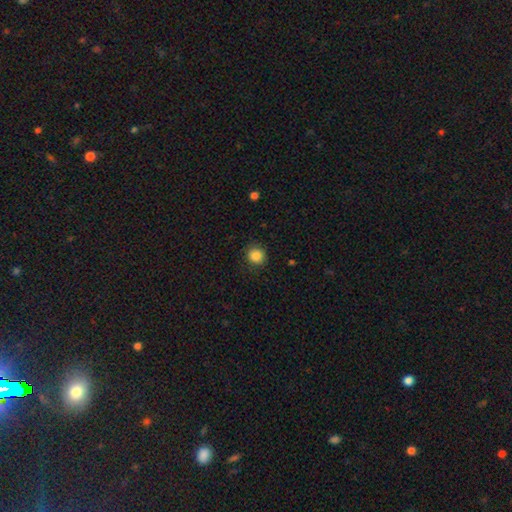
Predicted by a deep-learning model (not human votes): Smooth or featured? smooth (86%)
How rounded? round (89%)
Merging? none (88%)